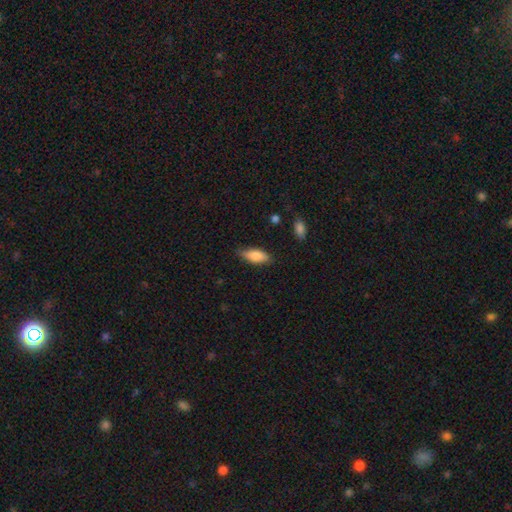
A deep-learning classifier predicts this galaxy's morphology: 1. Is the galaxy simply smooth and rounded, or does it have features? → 81% smooth, 13% featured or disk, 6% star or artifact.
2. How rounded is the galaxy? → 77% in between, 21% cigar-shaped, 2% round.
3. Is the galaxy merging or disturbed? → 77% none, 18% minor disturbance, 3% major disturbance, 1% merger.